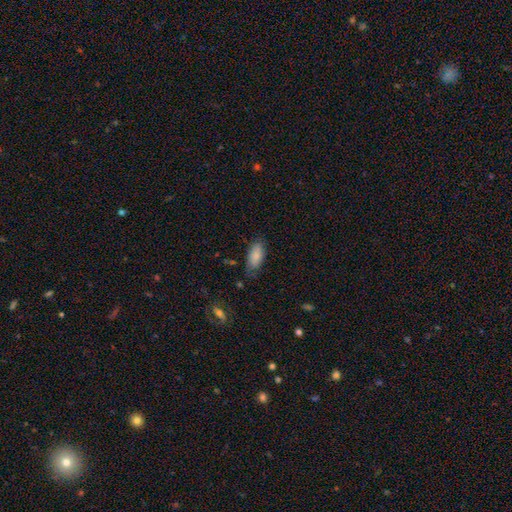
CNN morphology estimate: This appears to be a smooth galaxy with no disk features (82%) that is in between round and cigar-shaped (89%). Merging: none (66%).